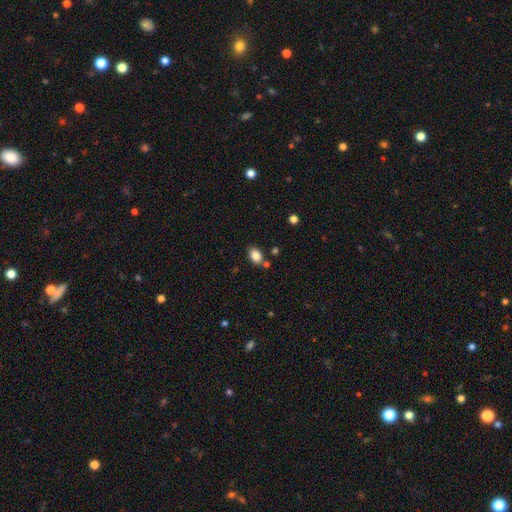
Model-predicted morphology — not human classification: Smooth or featured?
  - smooth: 85% *
  - star or artifact: 9%
  - featured or disk: 6%
How rounded?
  - in between: 80% *
  - round: 18%
  - cigar-shaped: 1%
Merging?
  - none: 74% *
  - minor disturbance: 12%
  - merger: 10%
  - major disturbance: 3%